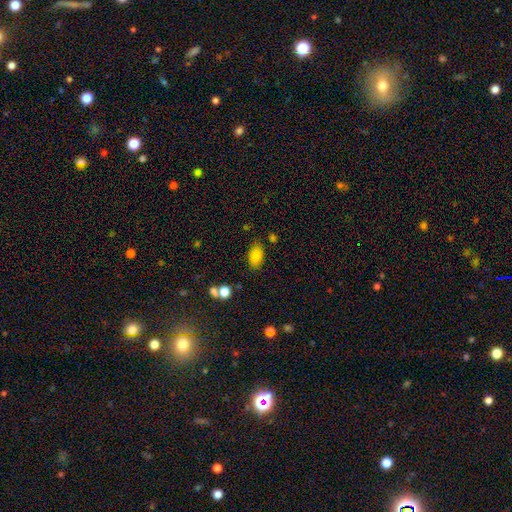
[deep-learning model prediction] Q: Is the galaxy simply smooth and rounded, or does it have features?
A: smooth — 84%.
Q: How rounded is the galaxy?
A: in between — 90%.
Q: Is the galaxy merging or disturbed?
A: none — 79%.